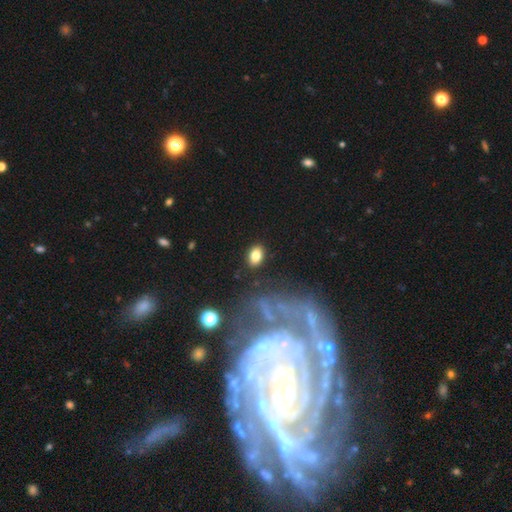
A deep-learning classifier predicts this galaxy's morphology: Overall: smooth (81%). How rounded: in between (81%). Merging: none (85%).